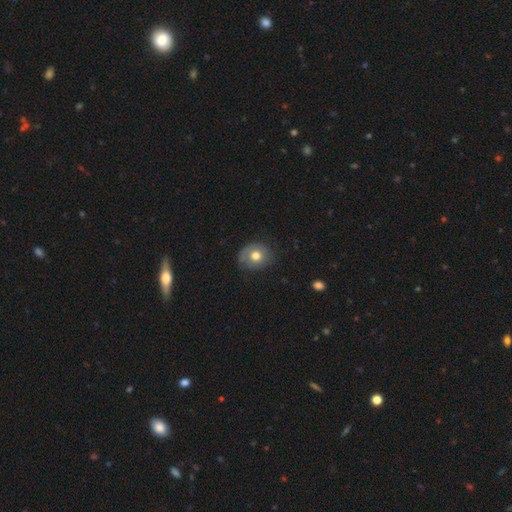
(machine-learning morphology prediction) Smooth or featured? Predicted: smooth (p=0.64). How rounded? Predicted: round (p=0.72). Merging? Predicted: none (p=0.66).